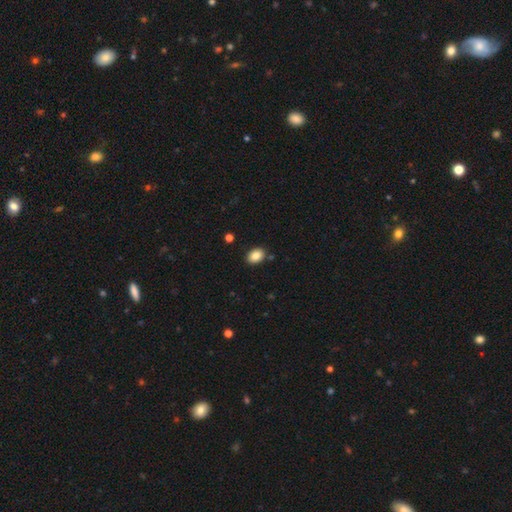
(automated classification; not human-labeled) smooth 86%, star or artifact 8%, featured or disk 6%. Down the decision tree: how rounded — in between (80%); merging — none (85%).